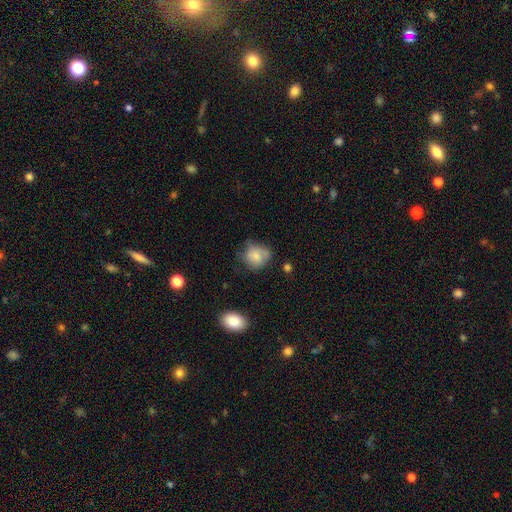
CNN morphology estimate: smooth 68%, featured or disk 23%, star or artifact 9%. Down the decision tree: how rounded — round (67%); merging — none (49%).